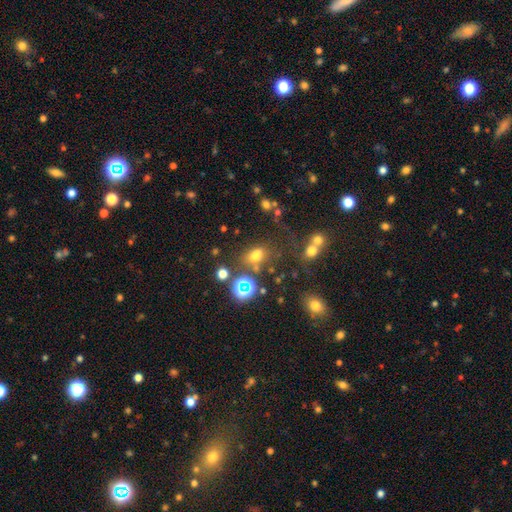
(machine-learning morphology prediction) smooth_or_featured: smooth (p=0.66) [alt: star or artifact p=0.24]
how_rounded: in between (p=0.73) [alt: round p=0.24]
merging: none (p=0.60) [alt: minor disturbance p=0.16]